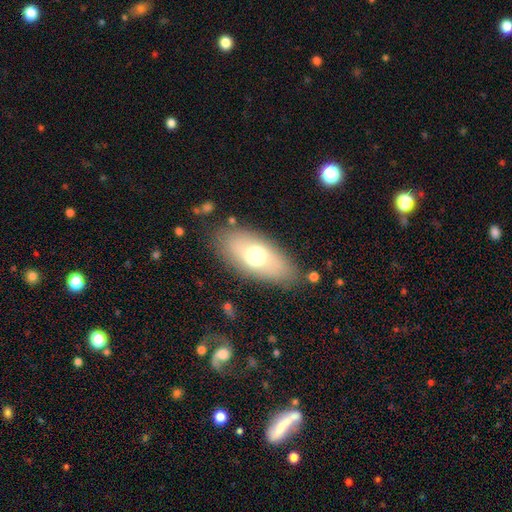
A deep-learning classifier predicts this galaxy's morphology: Smooth or featured? smooth (63%)
How rounded? in between (86%)
Merging? none (82%)